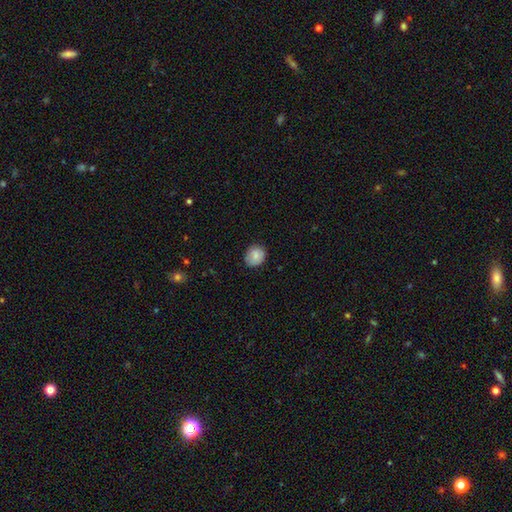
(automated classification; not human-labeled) Smooth or featured? Predicted: smooth (p=0.81). How rounded? Predicted: round (p=0.67). Merging? Predicted: none (p=0.79).